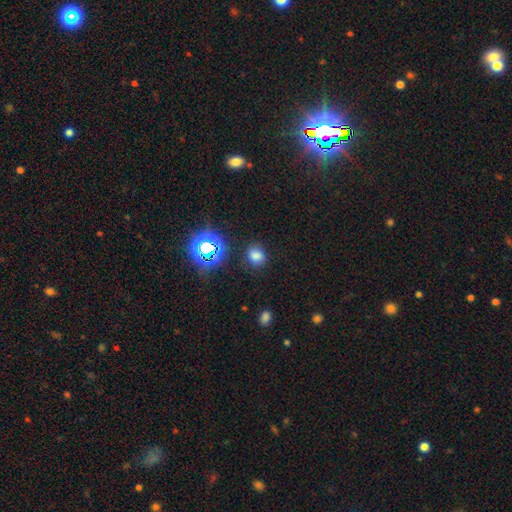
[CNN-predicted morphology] Smooth or featured? Predicted: smooth (p=0.72). How rounded? Predicted: round (p=0.58). Merging? Predicted: none (p=0.80).